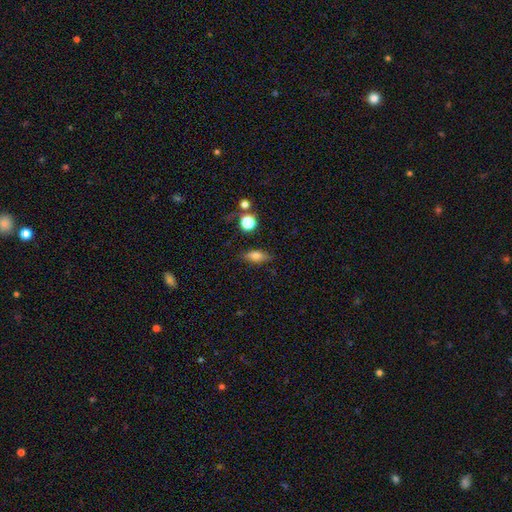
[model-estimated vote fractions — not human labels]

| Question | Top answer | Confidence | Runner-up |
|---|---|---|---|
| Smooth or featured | smooth | 69% | featured or disk (20%) |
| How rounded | in between | 68% | cigar-shaped (24%) |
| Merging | none | 79% | minor disturbance (14%) |